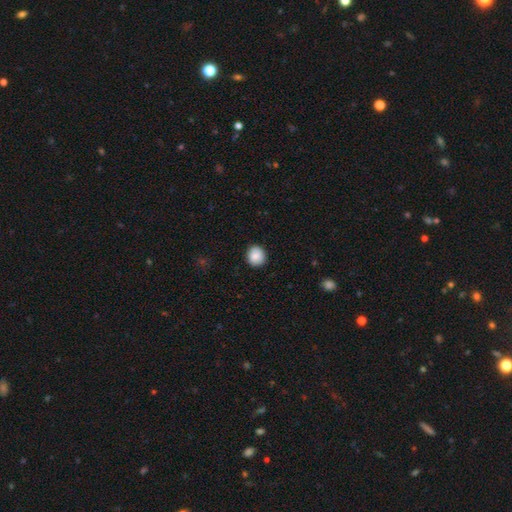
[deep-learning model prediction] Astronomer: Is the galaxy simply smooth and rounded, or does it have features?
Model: smooth — 87%.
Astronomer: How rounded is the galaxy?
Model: round — 86%.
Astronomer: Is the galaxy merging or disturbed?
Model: none — 89%.